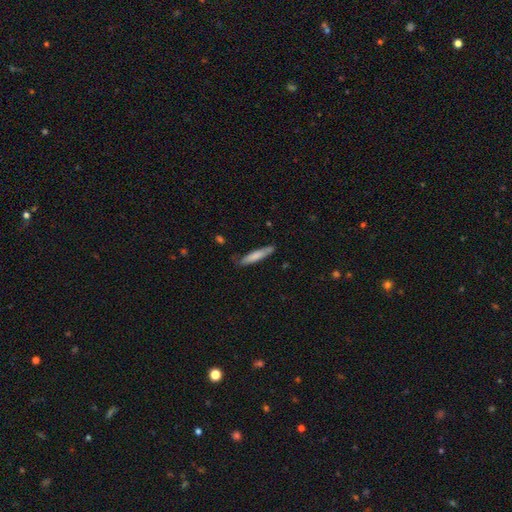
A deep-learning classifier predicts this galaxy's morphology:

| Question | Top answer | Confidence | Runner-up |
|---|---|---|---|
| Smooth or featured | smooth | 74% | featured or disk (20%) |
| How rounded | cigar-shaped | 88% | in between (11%) |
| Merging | none | 76% | minor disturbance (18%) |